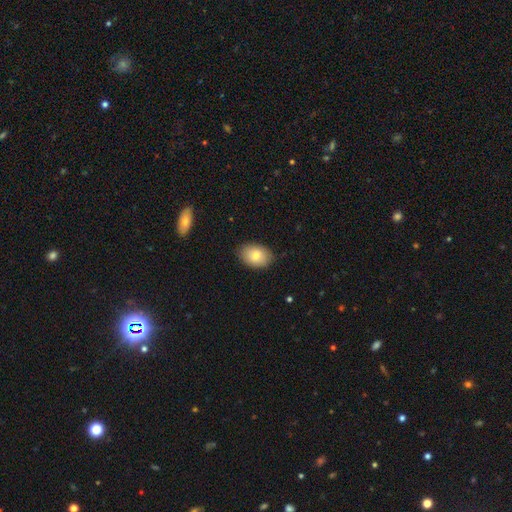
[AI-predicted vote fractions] Smooth or featured?
  - smooth: 79% *
  - featured or disk: 14%
  - star or artifact: 8%
How rounded?
  - in between: 82% *
  - round: 17%
  - cigar-shaped: 1%
Merging?
  - none: 86% *
  - minor disturbance: 11%
  - major disturbance: 2%
  - merger: 1%